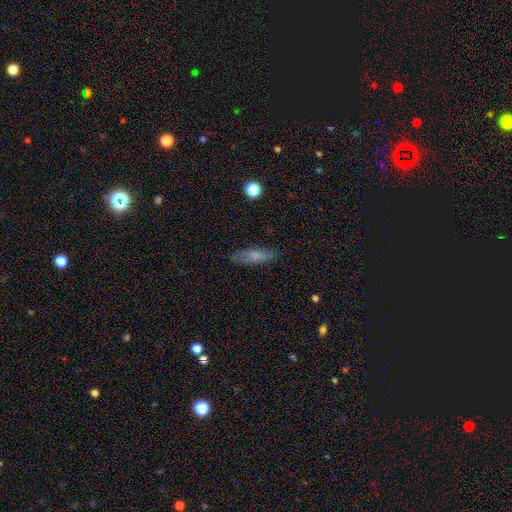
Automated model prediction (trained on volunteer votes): A smooth galaxy with no disk features (70%) that is cigar-shaped (58%). Merging: none (82%).